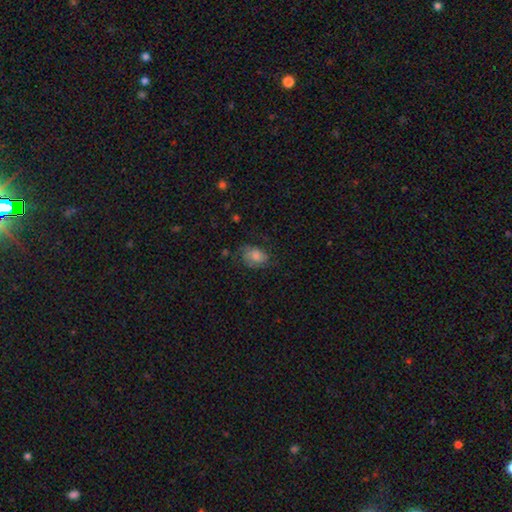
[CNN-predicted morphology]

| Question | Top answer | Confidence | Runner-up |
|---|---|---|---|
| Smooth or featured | smooth | 54% | featured or disk (33%) |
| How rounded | in between | 68% | round (31%) |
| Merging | none | 62% | minor disturbance (25%) |